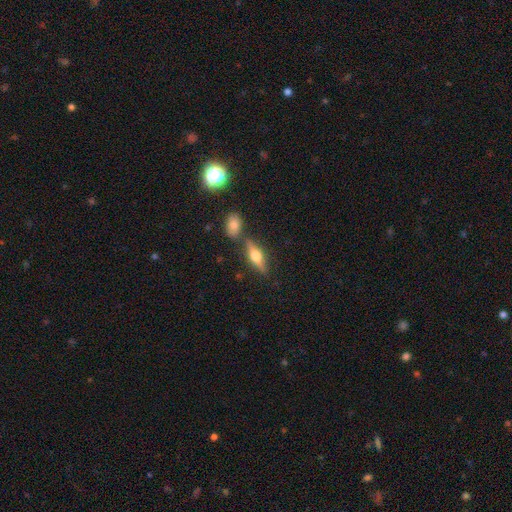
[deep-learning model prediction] smooth_or_featured: featured or disk (p=0.60) [alt: smooth p=0.32]
disk_edge_on: yes (p=0.94) [alt: no p=0.06]
edge_on_bulge: rounded (p=0.95) [alt: boxy p=0.04]
merging: none (p=0.74) [alt: merger p=0.13]